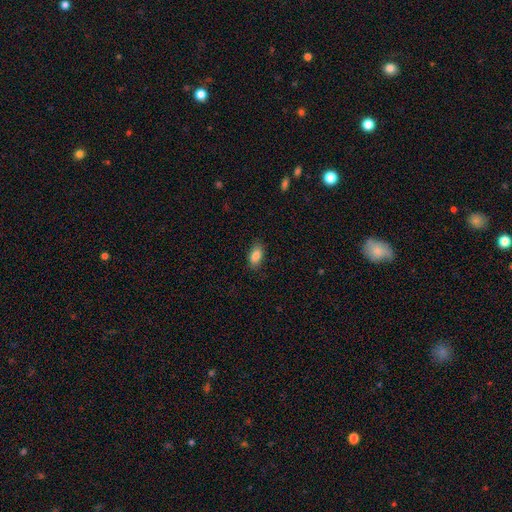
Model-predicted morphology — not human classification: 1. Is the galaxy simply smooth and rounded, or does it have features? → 87% smooth, 7% star or artifact, 6% featured or disk.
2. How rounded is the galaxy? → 90% in between, 6% cigar-shaped, 4% round.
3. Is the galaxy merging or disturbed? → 83% none, 13% minor disturbance, 3% major disturbance, 1% merger.